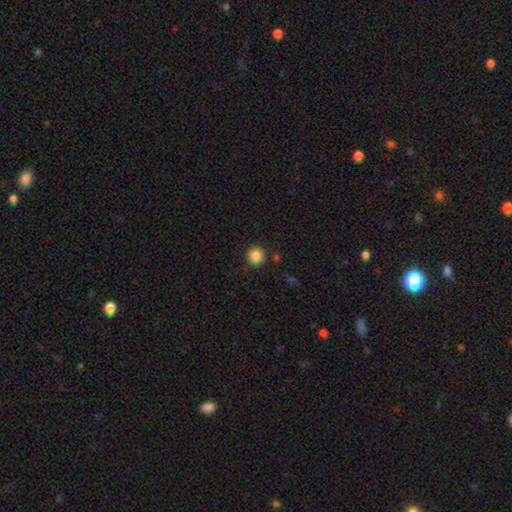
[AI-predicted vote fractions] A smooth galaxy with no disk features (86%) that is round (94%).

Vote fractions:
- Smooth or featured? smooth: 86% / star or artifact: 10% / featured or disk: 3%
- How rounded? round: 94% / in between: 5% / cigar-shaped: 1%
- Merging? none: 89% / minor disturbance: 7% / merger: 2% / major disturbance: 2%